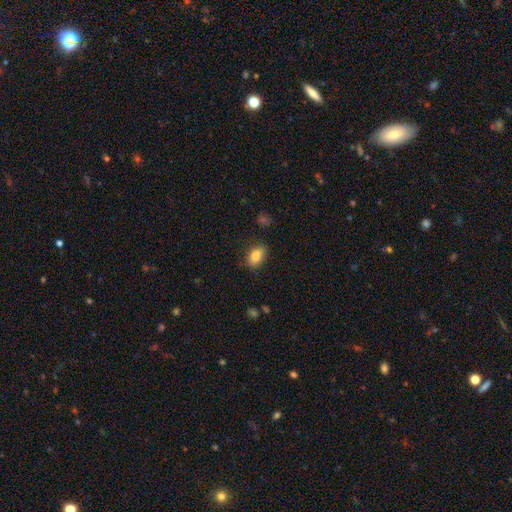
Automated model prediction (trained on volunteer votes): A smooth galaxy with no disk features (84%) that is in between round and cigar-shaped (84%). Merging: none (81%).